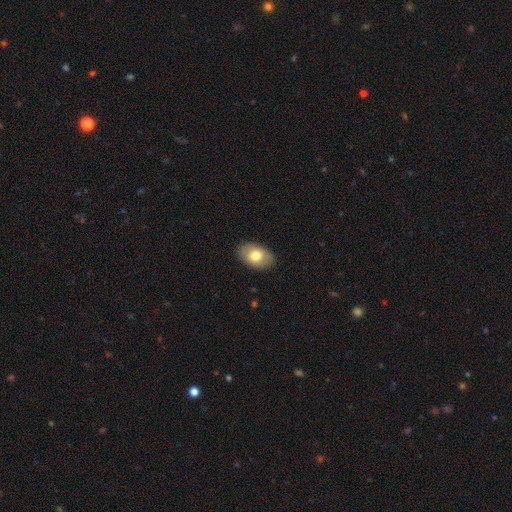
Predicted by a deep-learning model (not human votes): Smooth or featured? smooth (73%)
How rounded? in between (90%)
Merging? none (87%)